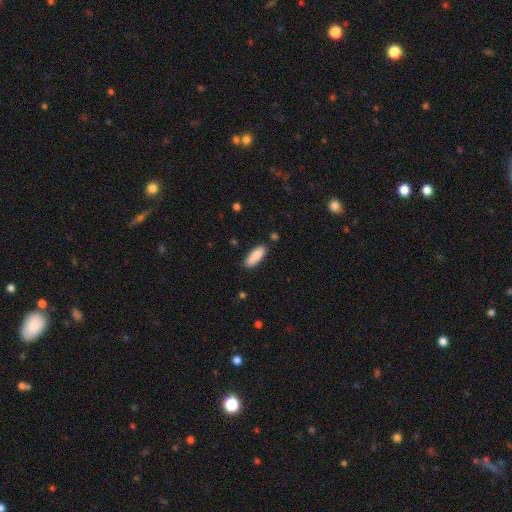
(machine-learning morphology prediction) smooth 87%, featured or disk 7%, star or artifact 6%. Down the decision tree: how rounded — in between (65%); merging — none (85%).